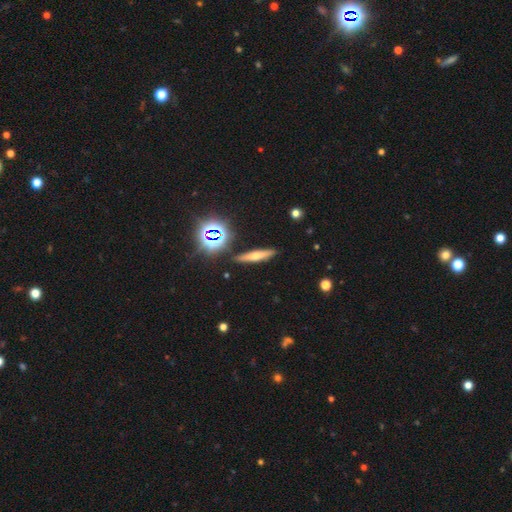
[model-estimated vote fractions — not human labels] Smooth or featured? smooth (45%)
Merging? none (87%)